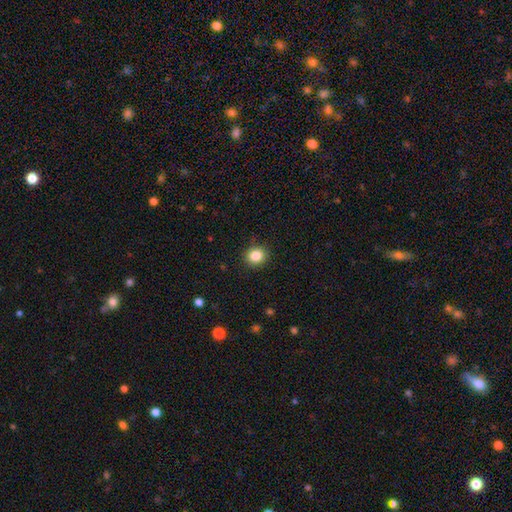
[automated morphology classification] Smooth or featured?
  - smooth: 84% *
  - star or artifact: 10%
  - featured or disk: 5%
How rounded?
  - round: 82% *
  - in between: 17%
  - cigar-shaped: 1%
Merging?
  - none: 90% *
  - minor disturbance: 7%
  - major disturbance: 2%
  - merger: 1%